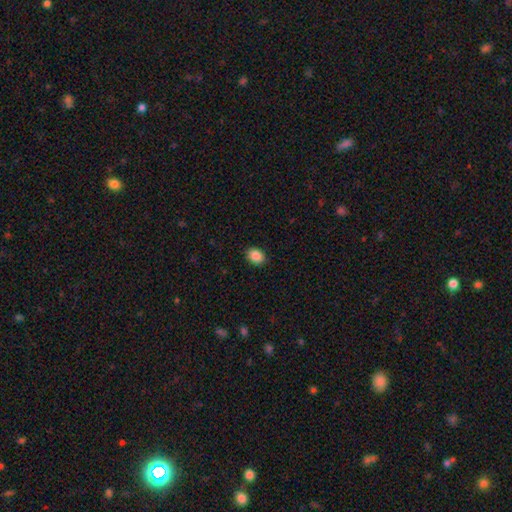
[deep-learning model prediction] Smooth or featured: smooth — 88% (star or artifact — 9%)
How rounded: in between — 59% (round — 40%)
Merging: none — 89% (minor disturbance — 8%)